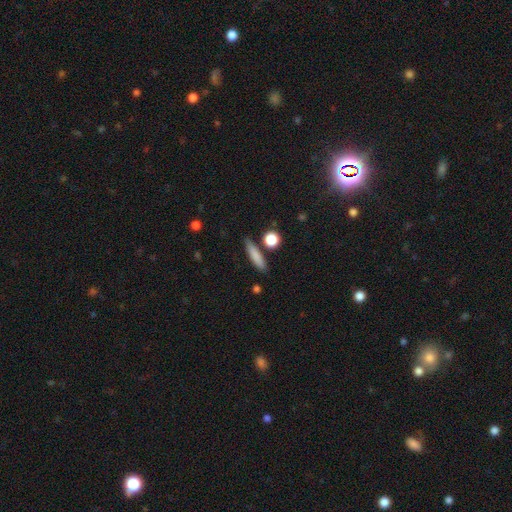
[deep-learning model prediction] Smooth or featured? Predicted: smooth (p=0.80). How rounded? Predicted: cigar-shaped (p=0.77). Merging? Predicted: none (p=0.81).